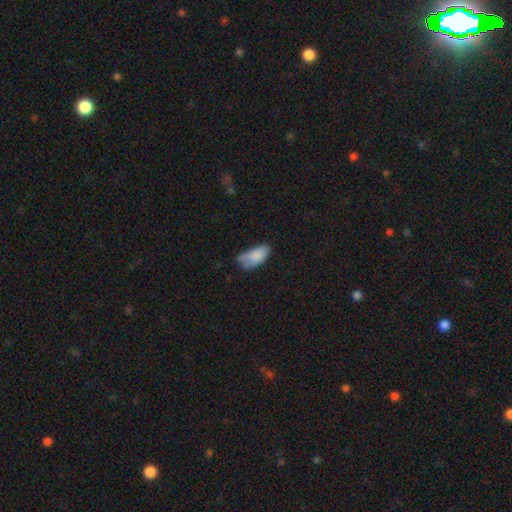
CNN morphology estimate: Smooth or featured? smooth (81%)
How rounded? in between (93%)
Merging? none (40%, tied with minor disturbance)